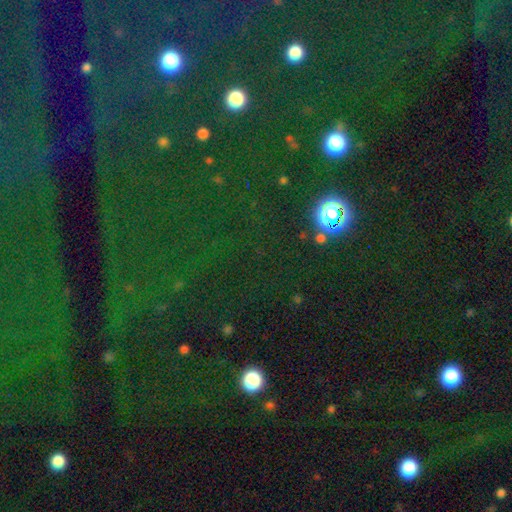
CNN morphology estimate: type=star or artifact (71%).